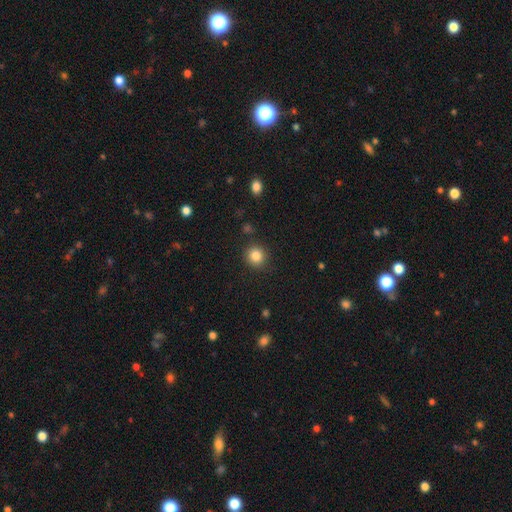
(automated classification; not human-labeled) smooth 84%, star or artifact 11%, featured or disk 5%. Down the decision tree: how rounded — round (91%); merging — none (89%).